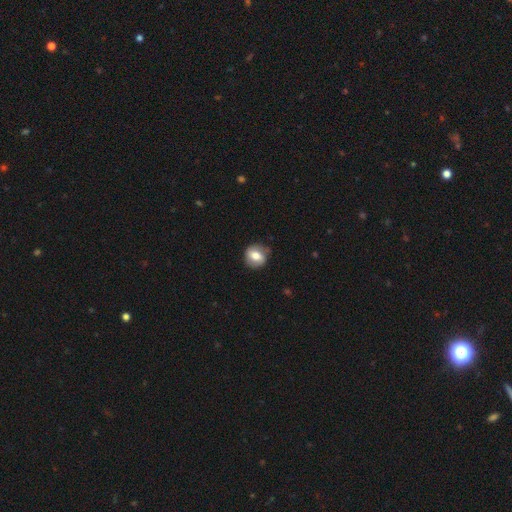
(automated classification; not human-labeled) smooth 66%, featured or disk 27%, star or artifact 8%. Down the decision tree: how rounded — round (75%); merging — none (76%).